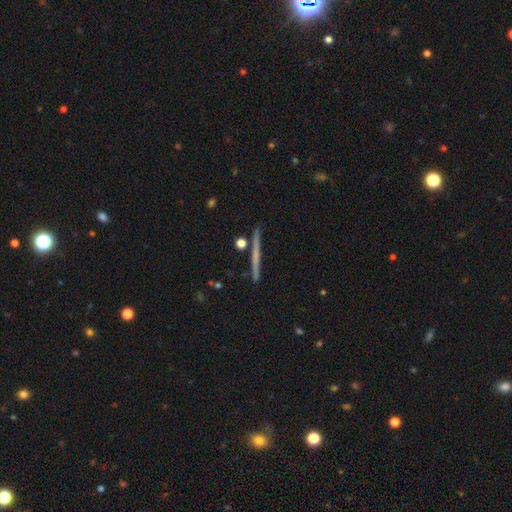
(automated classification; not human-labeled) This appears to be a featured or disk galaxy (55%) viewed edge-on (98%) with no central bulge (81%). Merging: none (90%).